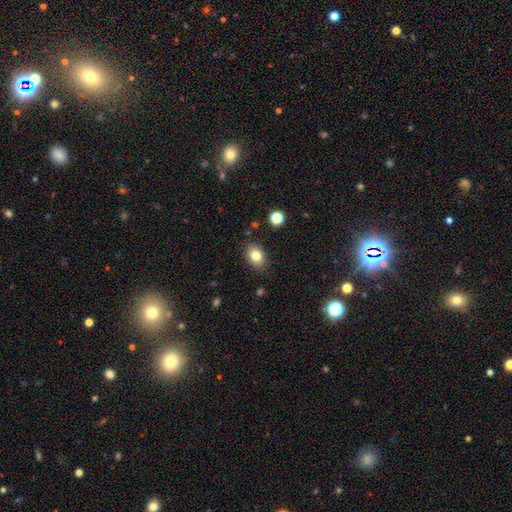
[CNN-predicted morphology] This is clearly a smooth galaxy (82%). How rounded: likely in between (70%). Merging: clearly none (84%).